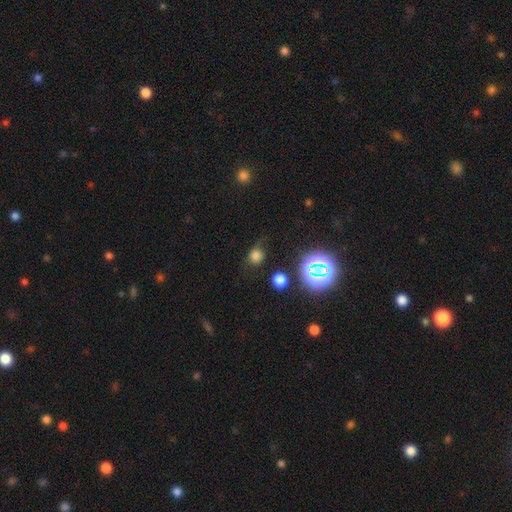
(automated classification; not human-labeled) Smooth or featured: smooth — 68% (star or artifact — 24%)
How rounded: round — 72% (in between — 26%)
Merging: none — 60% (minor disturbance — 24%)